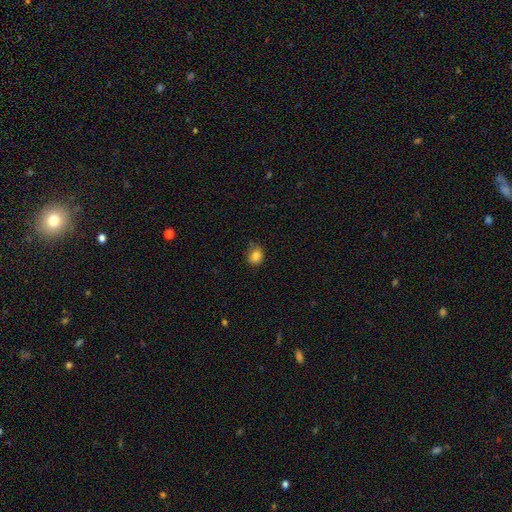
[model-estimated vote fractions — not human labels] Smooth or featured? Predicted: smooth (p=0.83). How rounded? Predicted: round (p=0.59). Merging? Predicted: none (p=0.70).